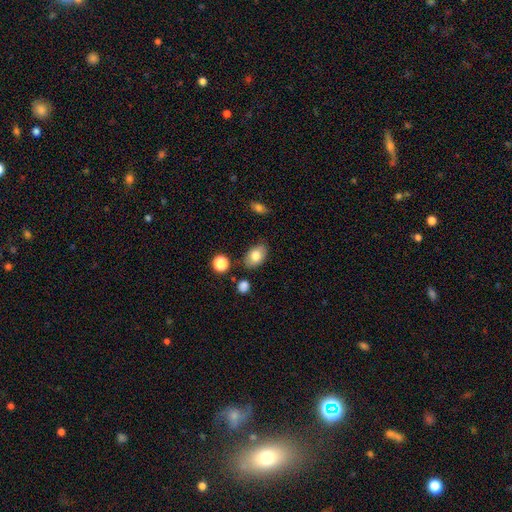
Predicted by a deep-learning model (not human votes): smooth 78%, featured or disk 14%, star or artifact 8%. Down the decision tree: how rounded — in between (88%); merging — none (80%).